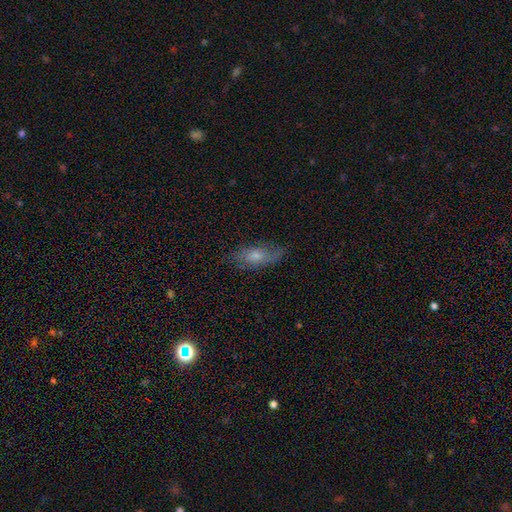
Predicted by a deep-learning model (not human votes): smooth-or-featured: featured or disk: 45% | smooth: 44% | star or artifact: 11%
  merging: none: 72% | minor disturbance: 21% | major disturbance: 6% | merger: 1%